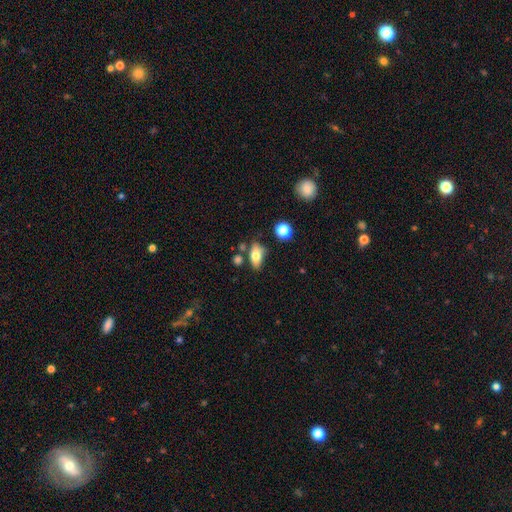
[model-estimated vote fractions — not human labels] Smooth or featured?
  - smooth: 74% *
  - featured or disk: 17%
  - star or artifact: 9%
How rounded?
  - in between: 85% *
  - round: 8%
  - cigar-shaped: 7%
Merging?
  - none: 63% *
  - minor disturbance: 20%
  - merger: 10%
  - major disturbance: 6%